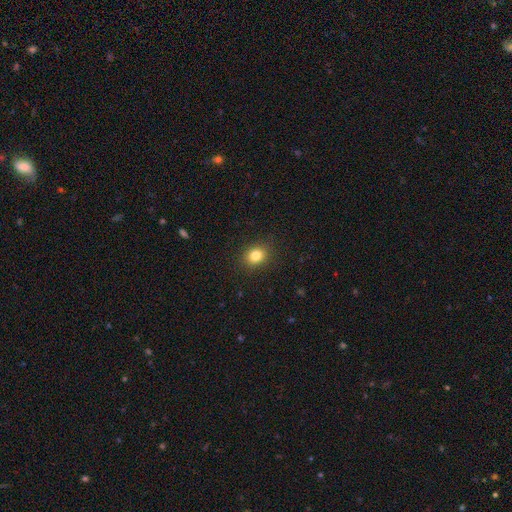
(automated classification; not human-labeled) A smooth galaxy with no disk features (82%) that is round (62%).

Vote fractions:
- Smooth or featured? smooth: 82% / star or artifact: 11% / featured or disk: 6%
- How rounded? round: 62% / in between: 37% / cigar-shaped: 1%
- Merging? none: 90% / minor disturbance: 7% / major disturbance: 2% / merger: 1%